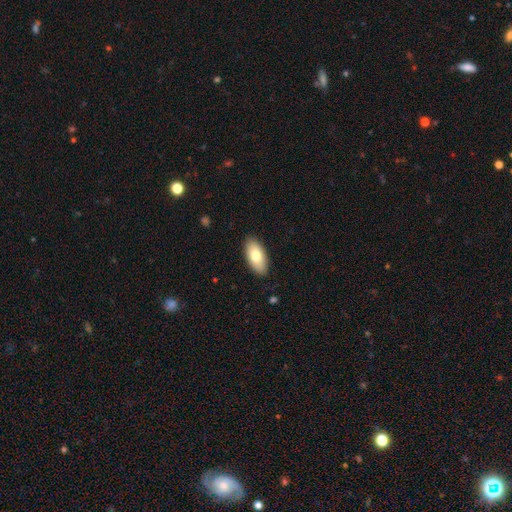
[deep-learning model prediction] The model was most divided on "smooth or featured": smooth: 76%, featured or disk: 18%, star or artifact: 6%. More confident: how rounded — in between (93%); merging — none (88%).